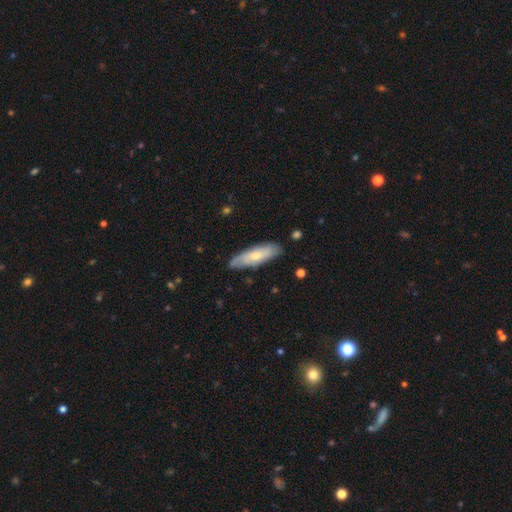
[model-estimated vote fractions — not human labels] Q: Smooth or featured?
A: smooth (57%); runner-up: featured or disk (38%)
Q: How rounded?
A: cigar-shaped (49%); tied with: in between (49%)
Q: Merging?
A: none (81%); runner-up: minor disturbance (15%)